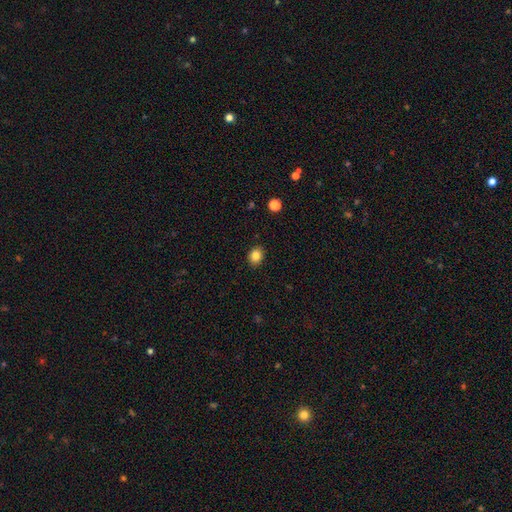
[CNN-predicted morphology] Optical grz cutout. It shows a smooth galaxy with no disk features (83%) that is round (52%). Merging: none (89%).